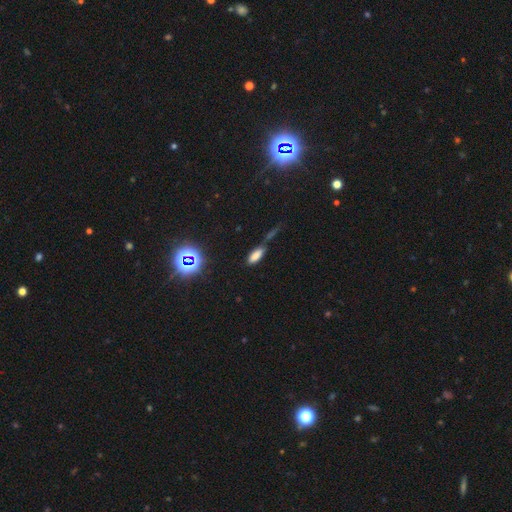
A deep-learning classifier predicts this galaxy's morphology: type=smooth (72%); roundness=in between (75%); merging=none (52%).